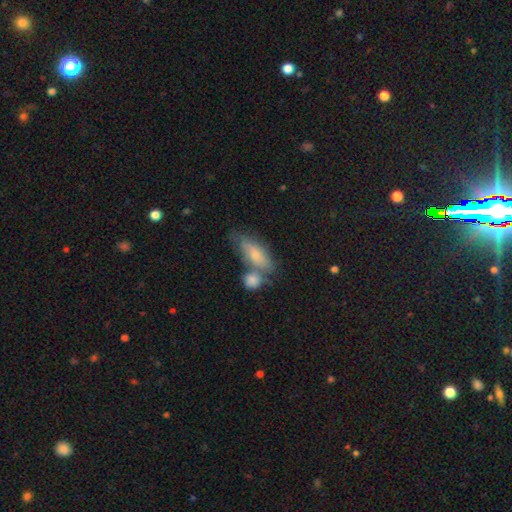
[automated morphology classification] This is likely a smooth galaxy (70%). How rounded: likely in between (68%). Merging: marginally none (41%).